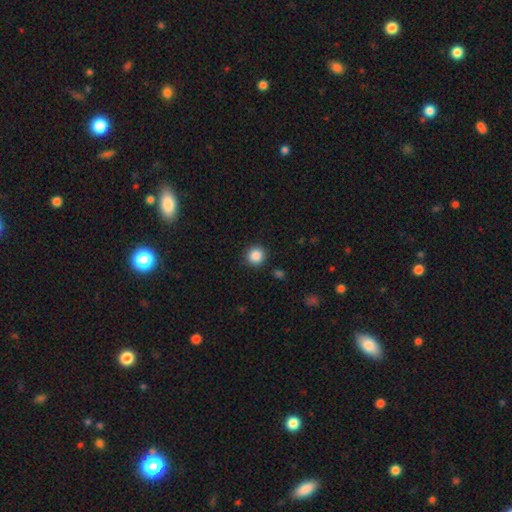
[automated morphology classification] Overall: smooth (87%). How rounded: round (93%). Merging: none (90%).